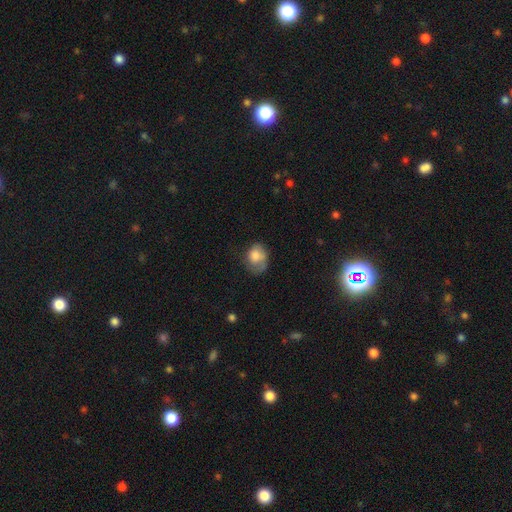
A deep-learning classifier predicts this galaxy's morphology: type=smooth (70%); roundness=in between (53%); merging=none (40%).